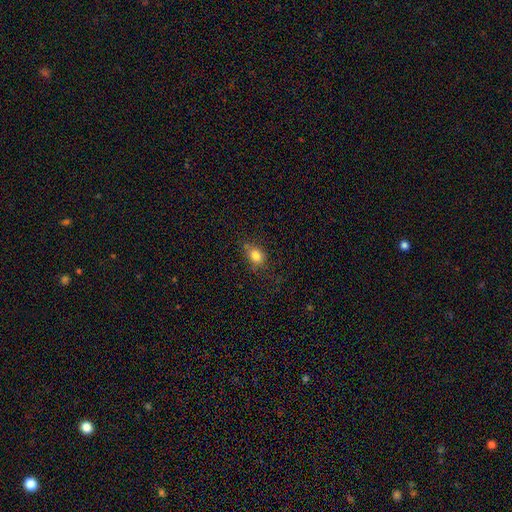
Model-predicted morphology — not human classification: This is clearly a smooth galaxy (81%). How rounded: likely in between (65%). Merging: likely none (67%).